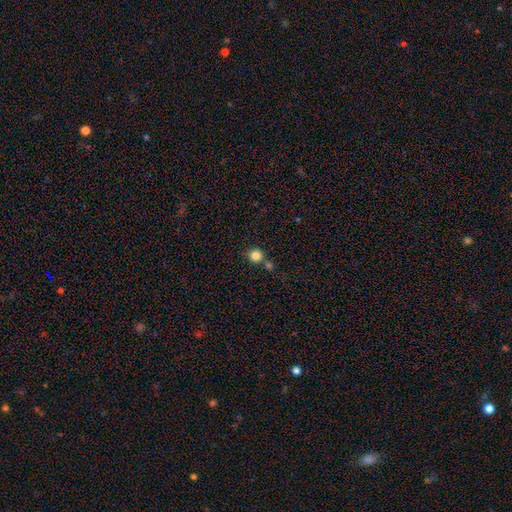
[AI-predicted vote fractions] The model was most divided on "merging": none: 69%, merger: 20%, minor disturbance: 9%, major disturbance: 3%. More confident: how rounded — round (91%); smooth or featured — smooth (83%).